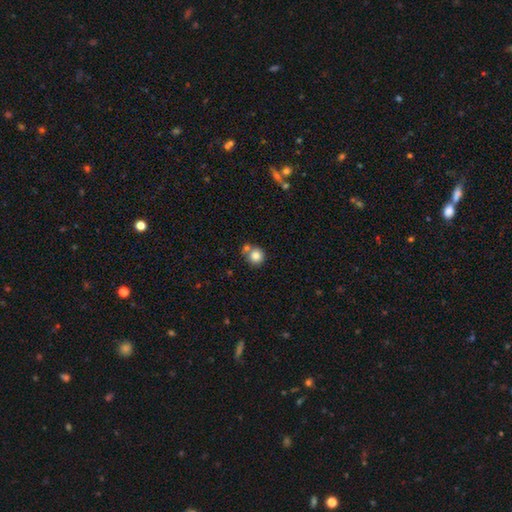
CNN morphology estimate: smooth_or_featured: smooth (p=0.83) [alt: star or artifact p=0.10]
how_rounded: round (p=0.92) [alt: in between p=0.07]
merging: none (p=0.60) [alt: merger p=0.27]